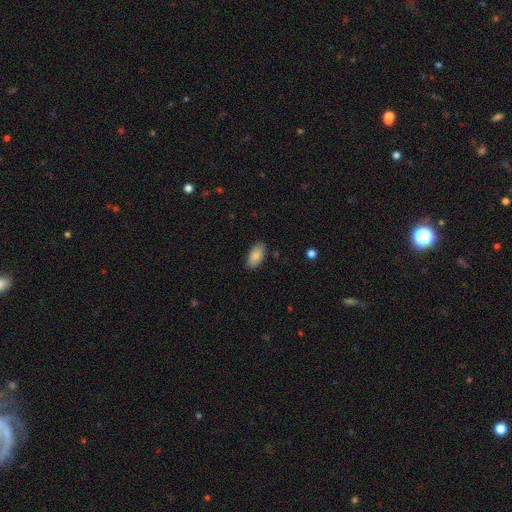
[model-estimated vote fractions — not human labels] A smooth galaxy with no disk features (86%) that is in between round and cigar-shaped (92%). Merging: none (86%).